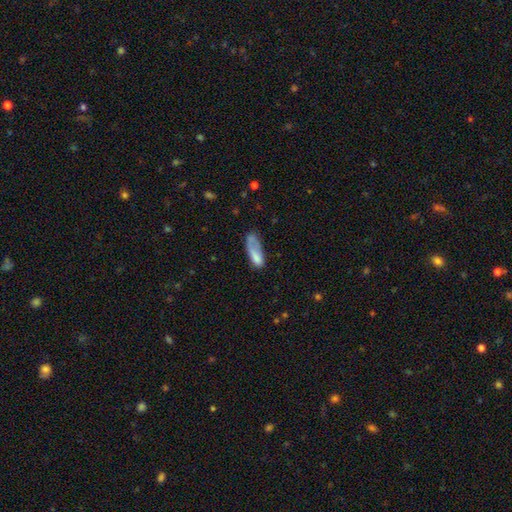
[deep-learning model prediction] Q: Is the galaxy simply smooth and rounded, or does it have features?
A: smooth — 71%.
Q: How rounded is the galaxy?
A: in between — 68%.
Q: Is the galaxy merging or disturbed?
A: major disturbance — 32%.